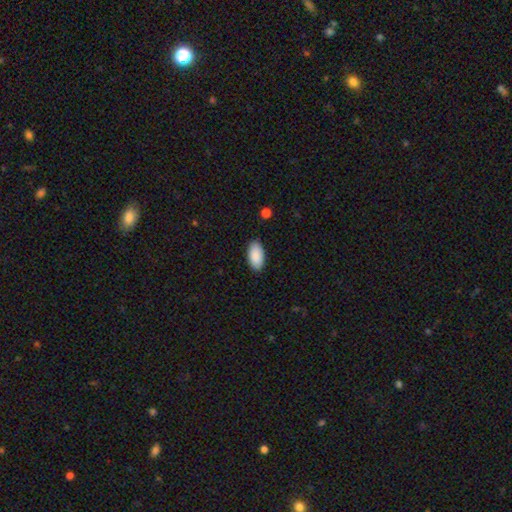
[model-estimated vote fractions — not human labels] A smooth galaxy with no disk features (90%) that is in between round and cigar-shaped (96%).

Vote fractions:
- Smooth or featured? smooth: 90% / star or artifact: 6% / featured or disk: 4%
- How rounded? in between: 96% / cigar-shaped: 2% / round: 2%
- Merging? none: 87% / minor disturbance: 10% / major disturbance: 2% / merger: 1%